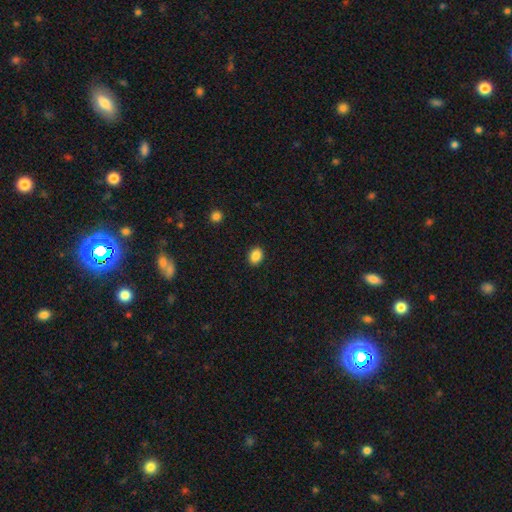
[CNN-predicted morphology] Q: Smooth or featured?
A: smooth (88%); runner-up: star or artifact (9%)
Q: How rounded?
A: in between (60%); runner-up: round (39%)
Q: Merging?
A: none (91%); runner-up: minor disturbance (6%)